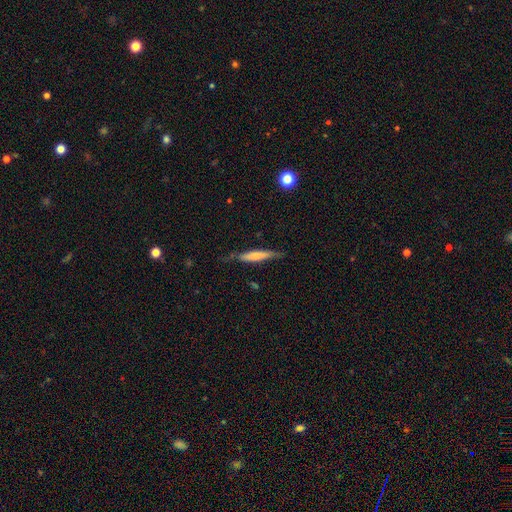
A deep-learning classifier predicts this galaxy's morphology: Smooth or featured? Predicted: smooth (p=0.59). How rounded? Predicted: cigar-shaped (p=0.89). Merging? Predicted: none (p=0.67).